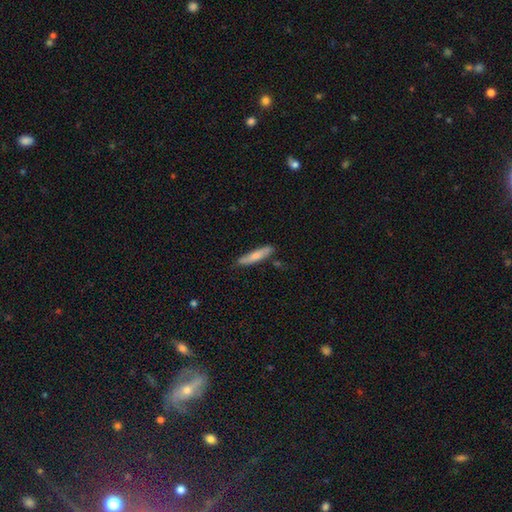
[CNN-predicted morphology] This appears to be a smooth galaxy with no disk features (74%) that is cigar-shaped (83%). Merging: none (79%).